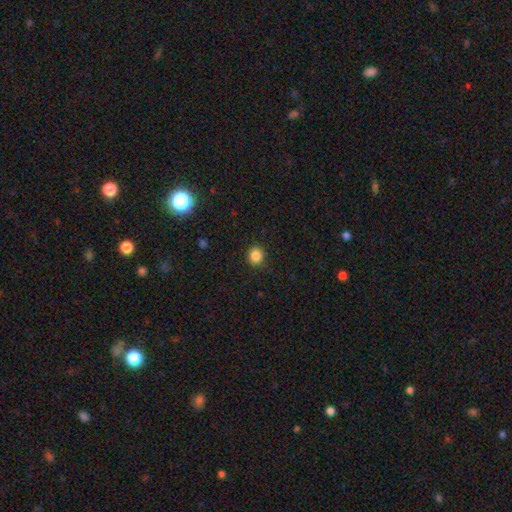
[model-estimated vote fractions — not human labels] A smooth galaxy with no disk features (85%) that is round (85%).

Vote fractions:
- Smooth or featured? smooth: 85% / star or artifact: 11% / featured or disk: 4%
- How rounded? round: 85% / in between: 14% / cigar-shaped: 1%
- Merging? none: 88% / minor disturbance: 9% / major disturbance: 2% / merger: 1%